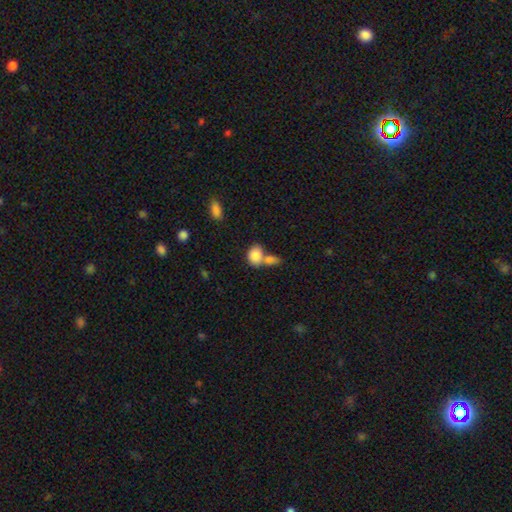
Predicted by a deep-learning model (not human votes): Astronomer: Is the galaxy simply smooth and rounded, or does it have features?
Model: smooth — 85%.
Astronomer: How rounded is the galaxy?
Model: in between — 61% (runner-up: round, 38%).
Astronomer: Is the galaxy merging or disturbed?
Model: merger — 54% (runner-up: none, 32%).